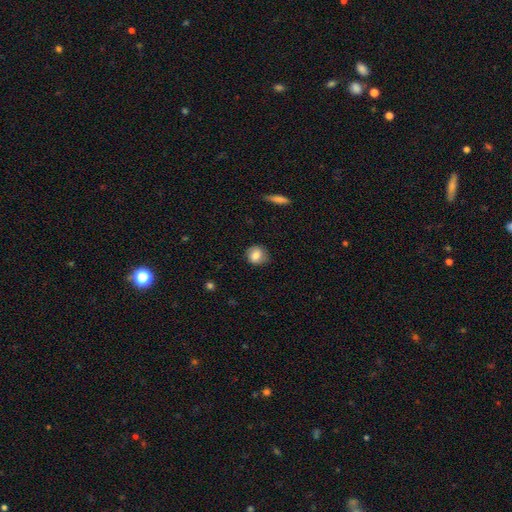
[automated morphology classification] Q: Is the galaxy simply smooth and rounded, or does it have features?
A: smooth — 81%.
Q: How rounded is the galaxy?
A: round — 76%.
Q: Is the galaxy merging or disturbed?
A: none — 78%.